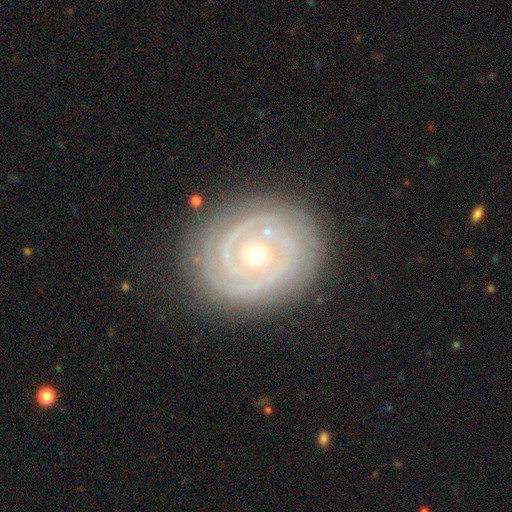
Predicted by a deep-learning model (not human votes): The model was most divided on "spiral arm count": 2: 41%, 3: 22%, can't tell: 20%, 1: 6%, 4: 6%, more than 4: 5%. More confident: edge-on disk — no (97%); spiral arms — yes (94%); smooth or featured — featured or disk (86%); merging — none (81%); spiral winding — tight (77%); bar — no (77%); bulge size — small (62%).